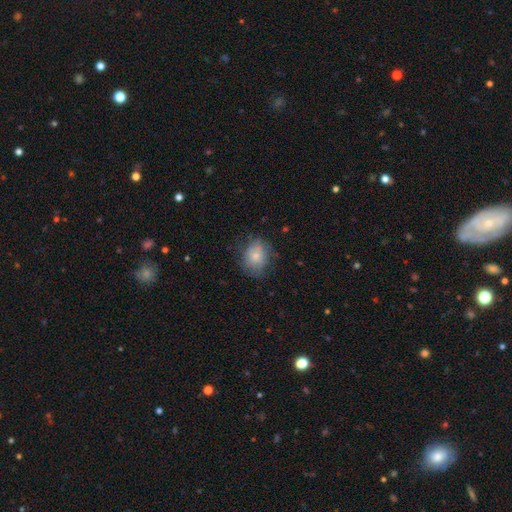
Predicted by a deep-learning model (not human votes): The model was most divided on "how rounded": round: 55%, in between: 44%, cigar-shaped: 1%. More confident: smooth or featured — smooth (77%); merging — none (67%).